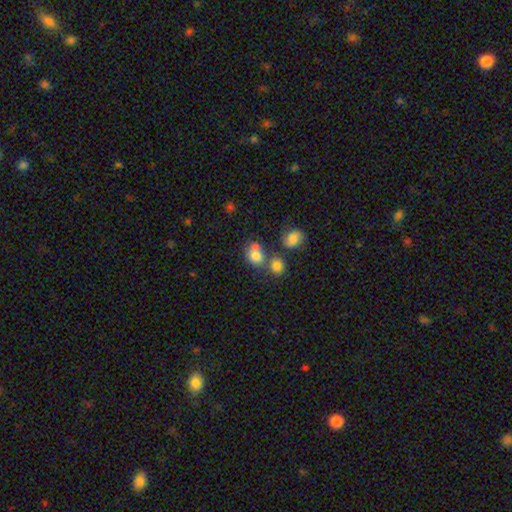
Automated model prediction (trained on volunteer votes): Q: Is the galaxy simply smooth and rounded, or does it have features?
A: smooth — 76%.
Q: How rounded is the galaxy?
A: round — 70%.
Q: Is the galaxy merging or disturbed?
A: none — 46%.